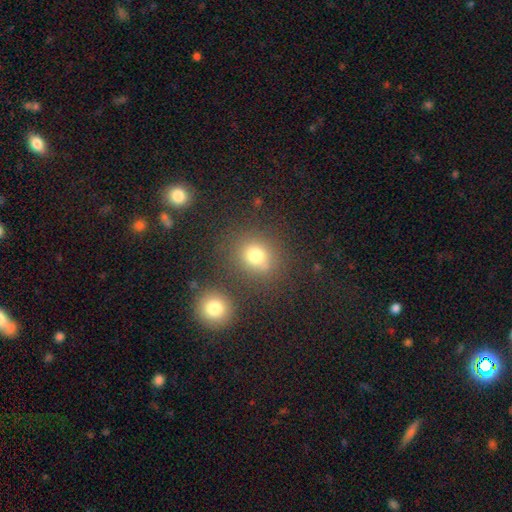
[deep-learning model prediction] Overall: smooth (76%). How rounded: round (73%). Merging: none (70%).